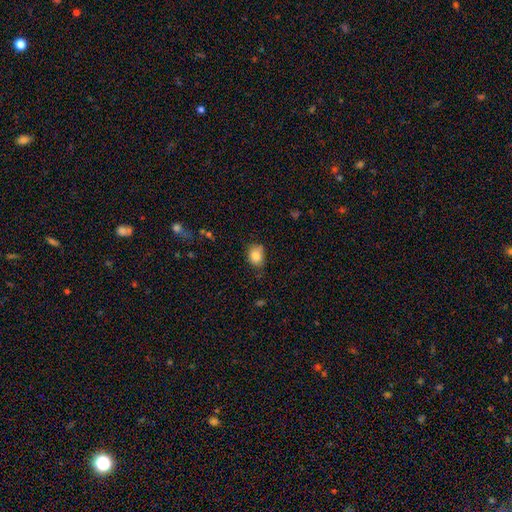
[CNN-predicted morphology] Smooth or featured: smooth — 83% (star or artifact — 10%)
How rounded: round — 51% (in between — 48%)
Merging: none — 67% (minor disturbance — 25%)